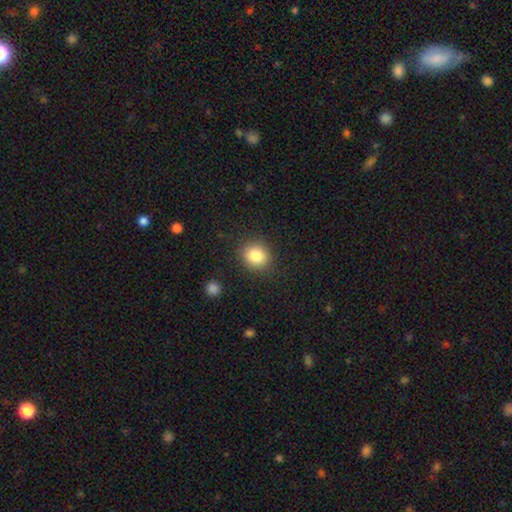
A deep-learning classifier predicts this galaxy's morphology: Smooth or featured?
  - smooth: 83% *
  - star or artifact: 11%
  - featured or disk: 6%
How rounded?
  - round: 77% *
  - in between: 22%
  - cigar-shaped: 1%
Merging?
  - none: 87% *
  - minor disturbance: 8%
  - major disturbance: 3%
  - merger: 1%